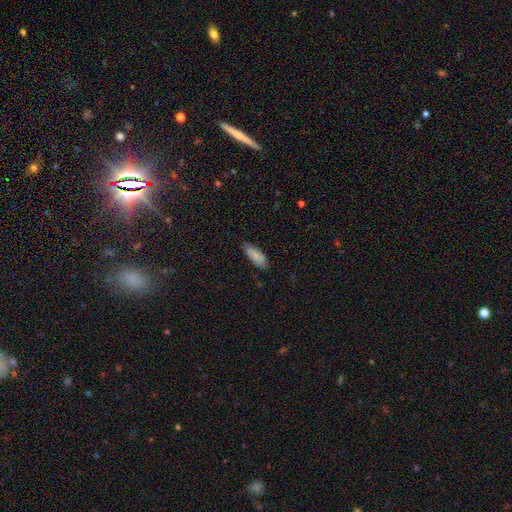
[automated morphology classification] smooth 80%, featured or disk 14%, star or artifact 7%. Down the decision tree: how rounded — in between (78%); merging — none (77%).